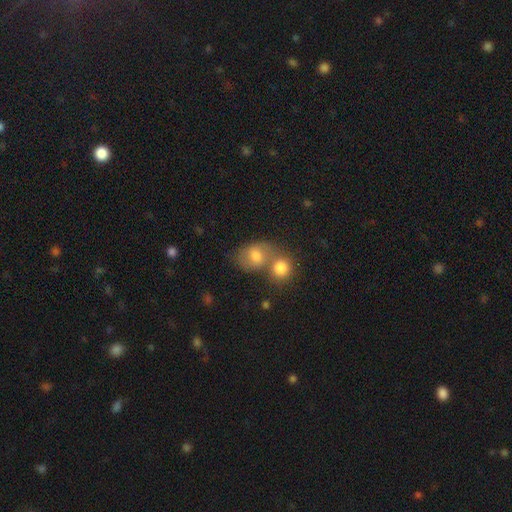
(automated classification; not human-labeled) This appears to be a smooth galaxy with no disk features (73%) that is in between round and cigar-shaped (51%). Merging: merger (51%).